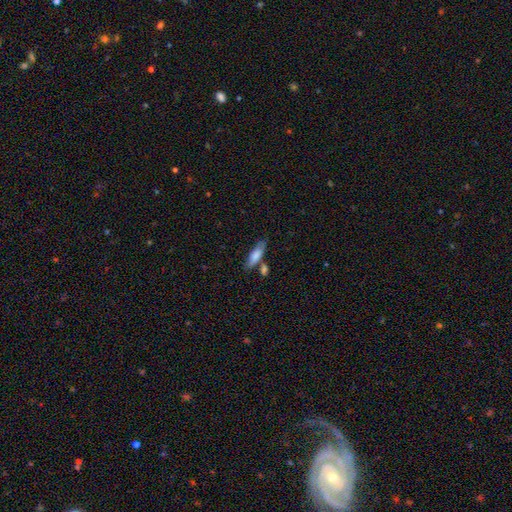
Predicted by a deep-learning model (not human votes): Smooth or featured? smooth (76%)
How rounded? cigar-shaped (52%)
Merging? none (65%)